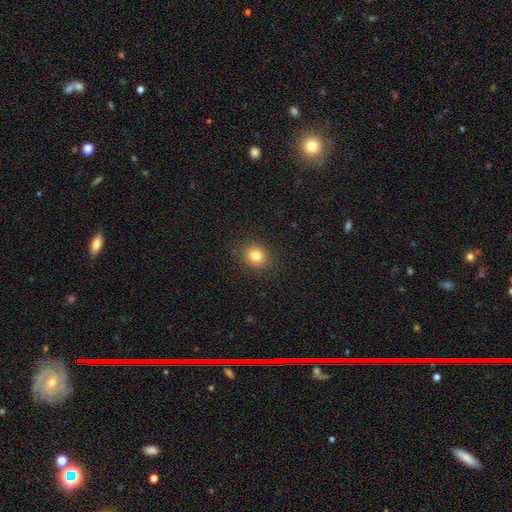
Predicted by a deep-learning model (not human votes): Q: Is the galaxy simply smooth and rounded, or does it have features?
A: smooth — 81%.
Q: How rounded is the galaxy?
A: round — 77%.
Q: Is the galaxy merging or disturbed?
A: none — 89%.